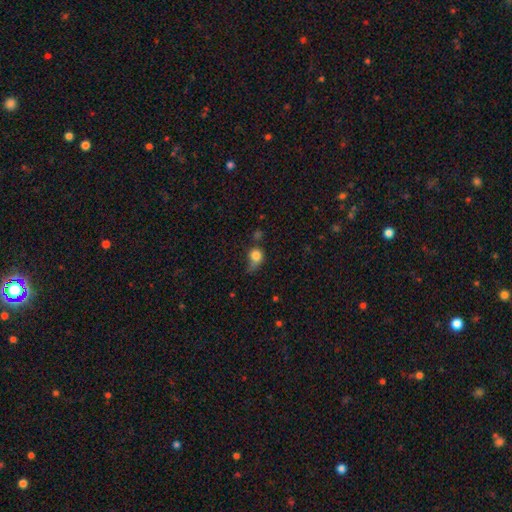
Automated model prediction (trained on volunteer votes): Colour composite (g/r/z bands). It shows a smooth galaxy with no disk features (79%) that is round (66%). Merging: minor disturbance (33%).